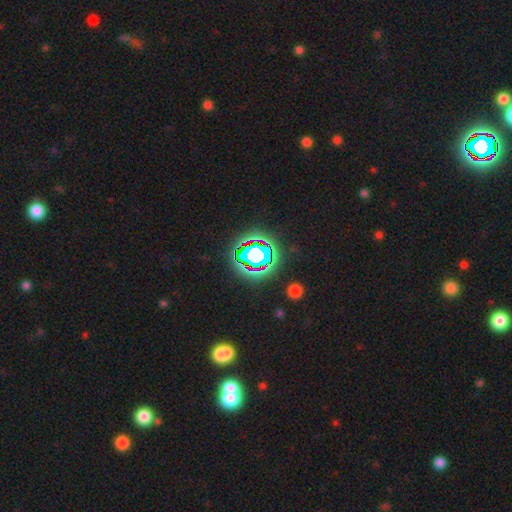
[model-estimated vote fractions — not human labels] smooth-or-featured: star or artifact: 82% | smooth: 11% | featured or disk: 7%